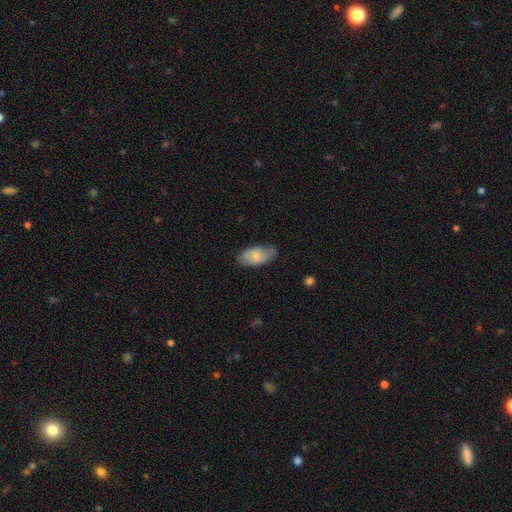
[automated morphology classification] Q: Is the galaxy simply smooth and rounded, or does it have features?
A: smooth — 71%.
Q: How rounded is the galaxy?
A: in between — 93%.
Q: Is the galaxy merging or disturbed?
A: none — 73%.